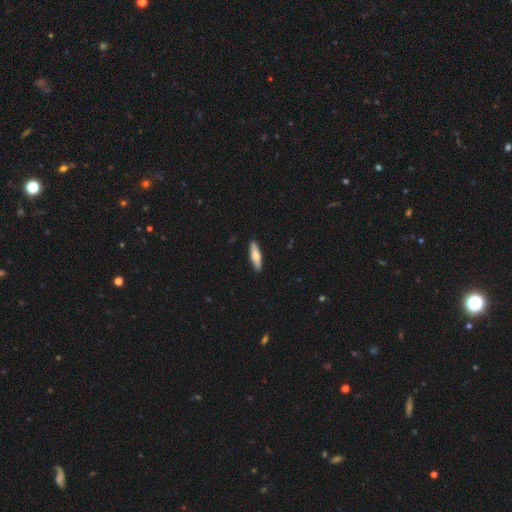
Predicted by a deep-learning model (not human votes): smooth_or_featured: smooth (p=0.67) [alt: featured or disk p=0.27]
how_rounded: cigar-shaped (p=0.61) [alt: in between p=0.37]
merging: none (p=0.90) [alt: minor disturbance p=0.07]